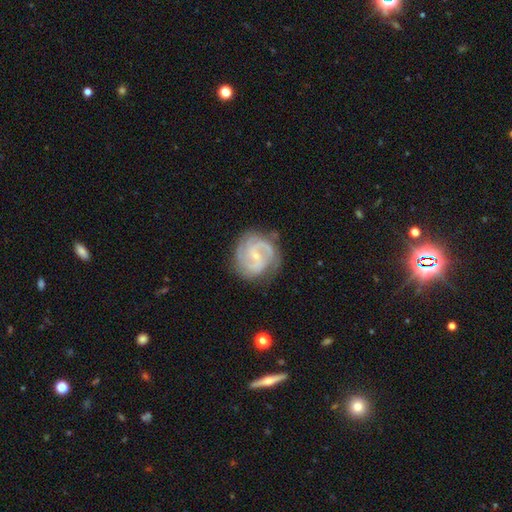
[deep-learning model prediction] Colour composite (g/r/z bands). It shows a featured or disk galaxy (89%) with a weak bar (44%), 2 (50%) tight (46%, tied with medium) spiral arms (98%) and a small central bulge (78%). Merging: none (77%).